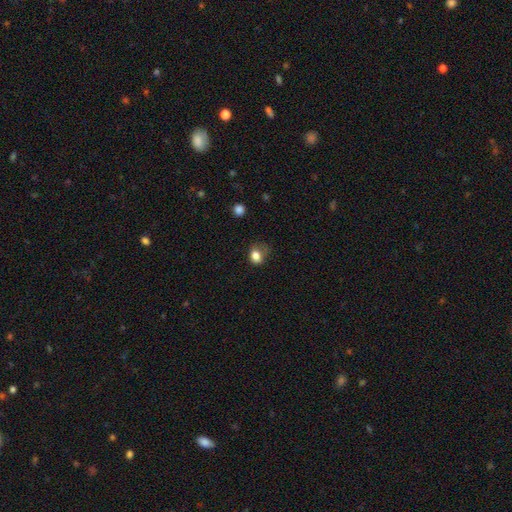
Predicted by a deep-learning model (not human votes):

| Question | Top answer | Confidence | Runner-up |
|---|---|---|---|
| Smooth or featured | smooth | 81% | star or artifact (11%) |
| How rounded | in between | 53% | round (46%) |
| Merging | none | 44% | minor disturbance (35%) |